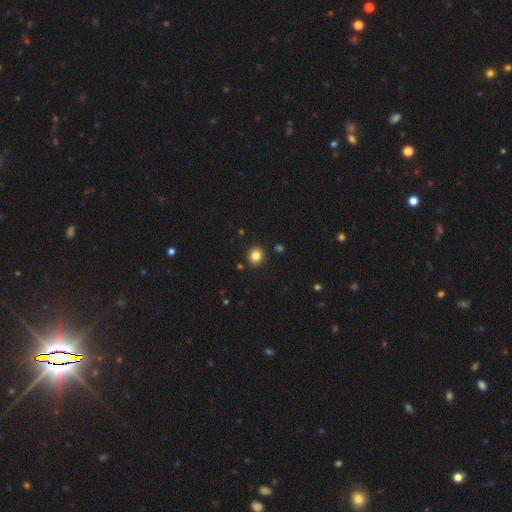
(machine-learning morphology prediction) Smooth or featured?
  - smooth: 83% *
  - star or artifact: 12%
  - featured or disk: 5%
How rounded?
  - round: 84% *
  - in between: 15%
  - cigar-shaped: 1%
Merging?
  - none: 90% *
  - minor disturbance: 6%
  - merger: 2%
  - major disturbance: 2%